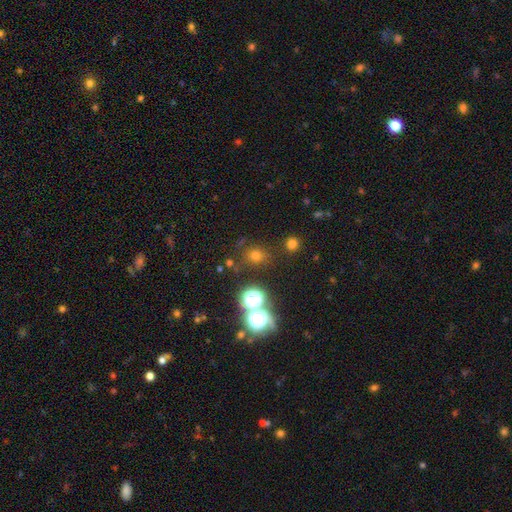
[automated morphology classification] A smooth galaxy with no disk features (61%) that is round (79%).

Vote fractions:
- Smooth or featured? smooth: 61% / star or artifact: 32% / featured or disk: 7%
- How rounded? round: 79% / in between: 20% / cigar-shaped: 1%
- Merging? none: 79% / minor disturbance: 11% / merger: 6% / major disturbance: 5%